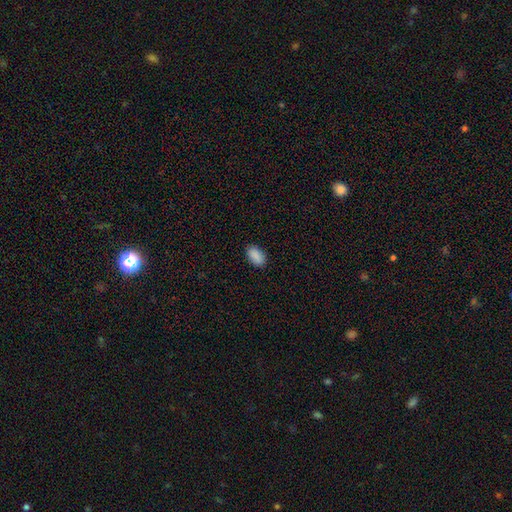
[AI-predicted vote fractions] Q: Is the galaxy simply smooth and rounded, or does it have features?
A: smooth — 90%.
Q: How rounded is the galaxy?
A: in between — 93%.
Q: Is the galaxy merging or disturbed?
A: none — 88%.